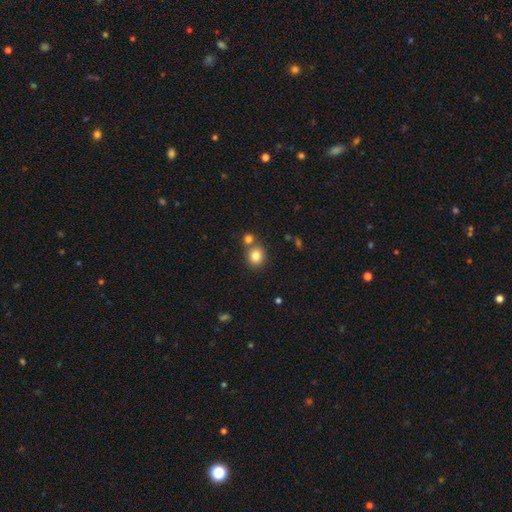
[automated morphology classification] Smooth or featured? Predicted: smooth (p=0.82). How rounded? Predicted: round (p=0.80). Merging? Predicted: none (p=0.65).